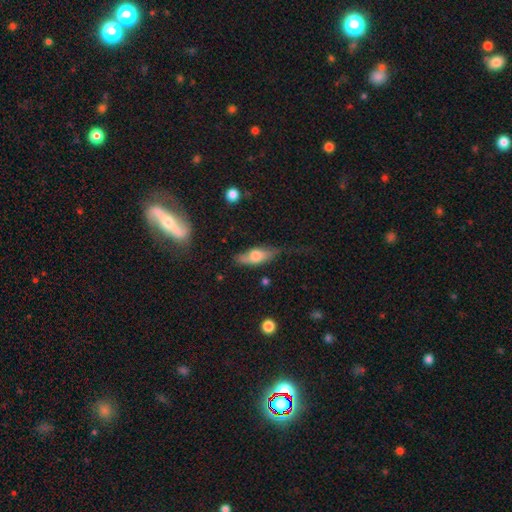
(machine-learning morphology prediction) Overall: smooth (58%; featured or disk 35%). How rounded: in between (65%; cigar-shaped 32%). Merging: none (52%; minor disturbance 31%).